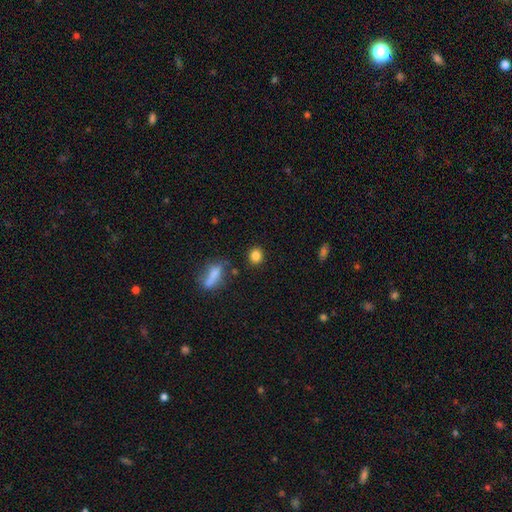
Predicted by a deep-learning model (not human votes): Q: Smooth or featured?
A: smooth (85%); runner-up: star or artifact (10%)
Q: How rounded?
A: round (78%); runner-up: in between (20%)
Q: Merging?
A: none (85%); runner-up: minor disturbance (8%)